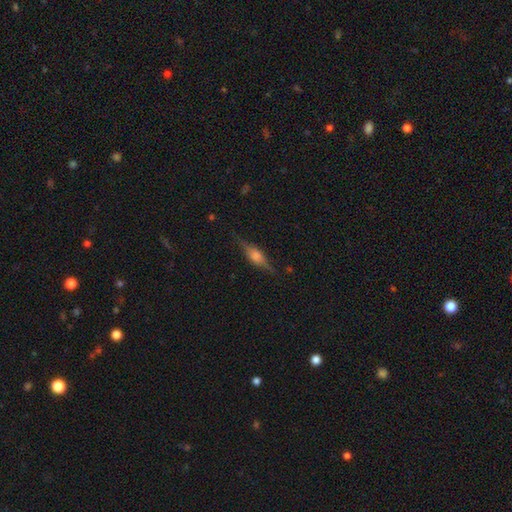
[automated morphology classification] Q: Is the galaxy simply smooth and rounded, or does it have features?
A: featured or disk — 70%.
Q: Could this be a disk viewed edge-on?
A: yes — 96%.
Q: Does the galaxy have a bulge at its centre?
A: rounded — 80%.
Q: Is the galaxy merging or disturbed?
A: none — 82%.